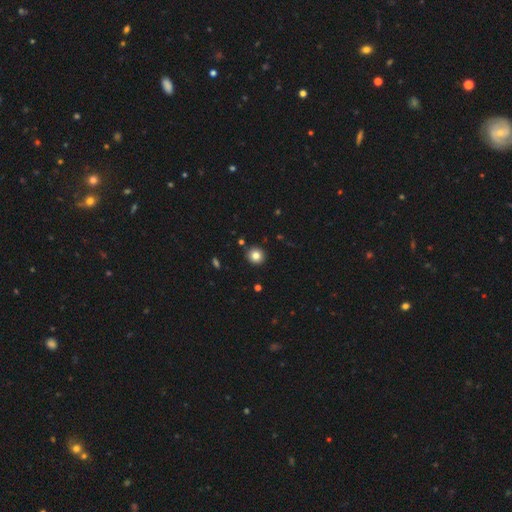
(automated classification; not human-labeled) Smooth or featured? Predicted: smooth (p=0.83). How rounded? Predicted: round (p=0.90). Merging? Predicted: none (p=0.91).